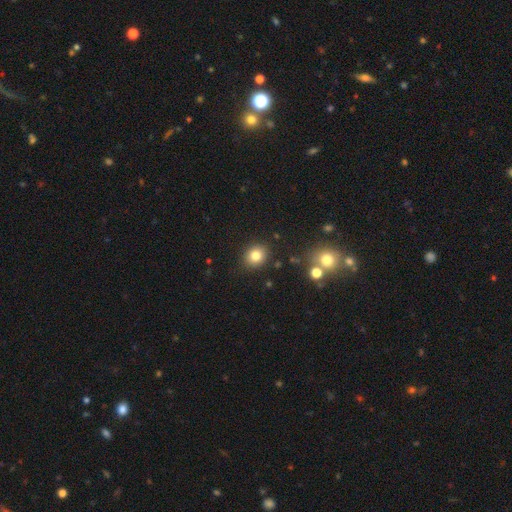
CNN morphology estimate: smooth-or-featured: smooth: 81% | star or artifact: 12% | featured or disk: 8%
  how-rounded: round: 67% | in between: 32% | cigar-shaped: 1%
  merging: none: 87% | minor disturbance: 8% | merger: 3% | major disturbance: 2%